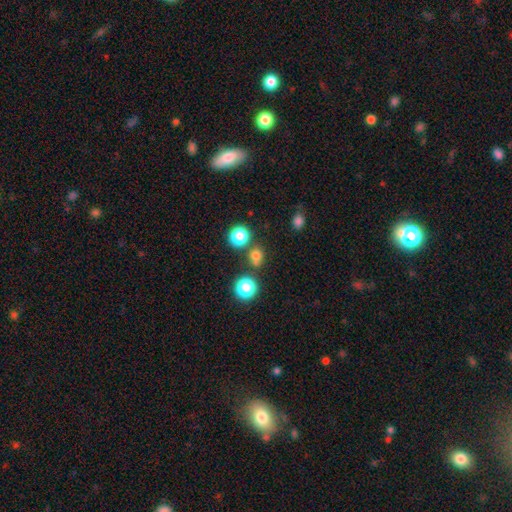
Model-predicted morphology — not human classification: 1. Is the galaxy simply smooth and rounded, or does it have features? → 70% smooth, 24% star or artifact, 6% featured or disk.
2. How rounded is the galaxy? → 83% round, 16% in between, 1% cigar-shaped.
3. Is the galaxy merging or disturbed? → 69% none, 18% merger, 9% minor disturbance, 4% major disturbance.